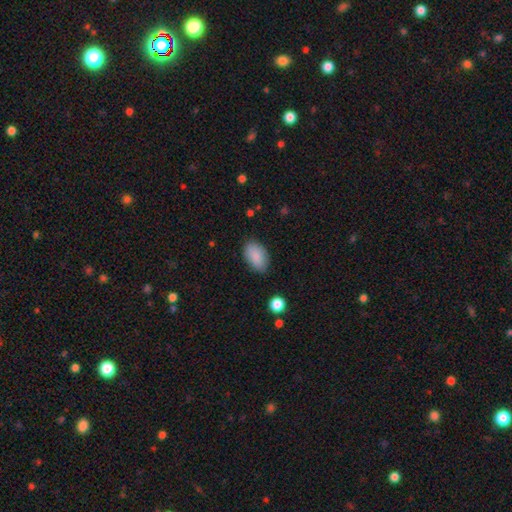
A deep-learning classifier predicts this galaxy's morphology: Smooth or featured: smooth — 88% (star or artifact — 7%)
How rounded: in between — 93% (round — 6%)
Merging: none — 82% (minor disturbance — 14%)